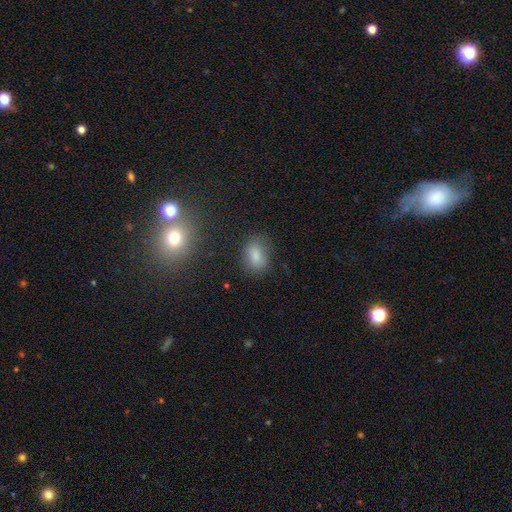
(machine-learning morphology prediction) Smooth or featured?
  - smooth: 80% *
  - star or artifact: 13%
  - featured or disk: 8%
How rounded?
  - in between: 75% *
  - round: 24%
  - cigar-shaped: 2%
Merging?
  - none: 73% *
  - minor disturbance: 18%
  - major disturbance: 6%
  - merger: 3%